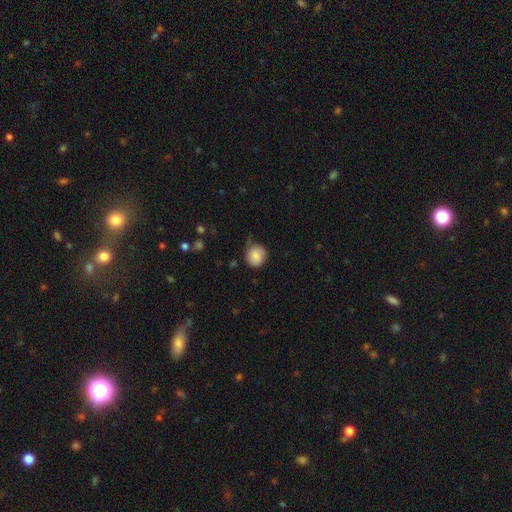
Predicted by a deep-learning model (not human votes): This is clearly a smooth galaxy (80%). How rounded: clearly round (83%). Merging: possibly none (56%).